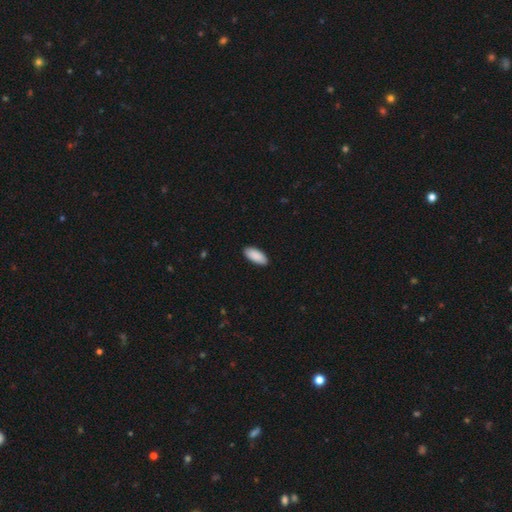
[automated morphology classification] This is clearly a smooth galaxy (91%). How rounded: clearly in between (89%). Merging: clearly none (89%).